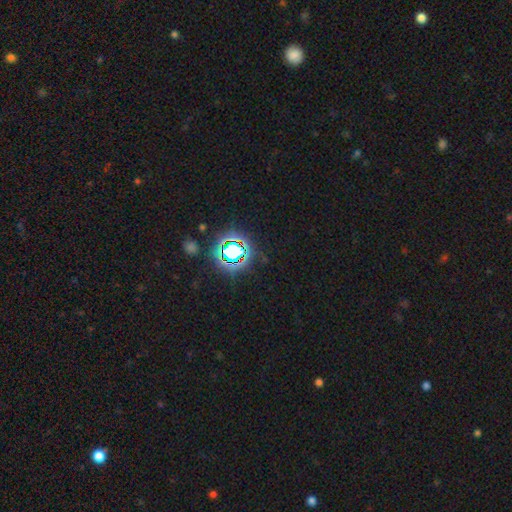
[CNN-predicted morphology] Smooth or featured?
  - star or artifact: 80% *
  - smooth: 13%
  - featured or disk: 7%